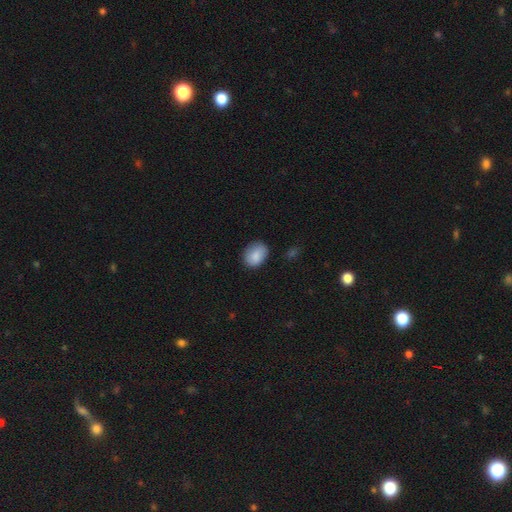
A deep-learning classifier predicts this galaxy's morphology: Smooth or featured? smooth (87%)
How rounded? in between (67%)
Merging? none (76%)